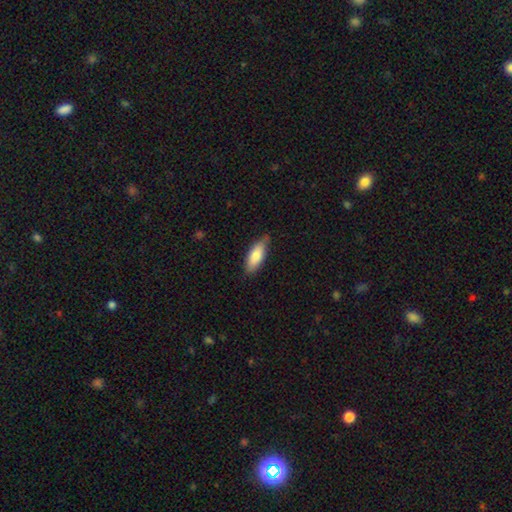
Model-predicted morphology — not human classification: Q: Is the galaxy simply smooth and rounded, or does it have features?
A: smooth — 77%.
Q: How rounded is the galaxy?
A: in between — 72%.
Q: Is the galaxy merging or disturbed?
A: none — 76%.